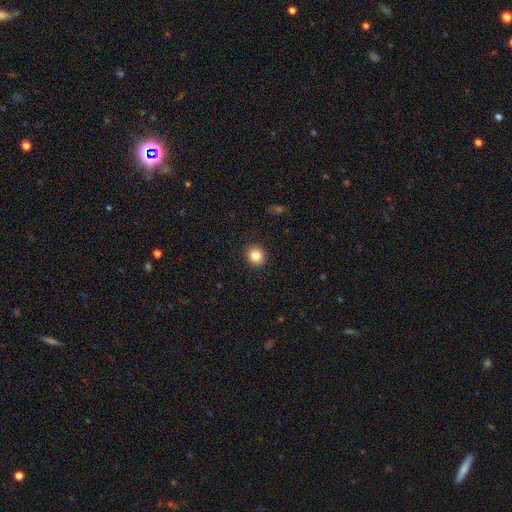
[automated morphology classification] Smooth or featured: smooth — 84% (star or artifact — 10%)
How rounded: round — 80% (in between — 19%)
Merging: none — 92% (minor disturbance — 6%)